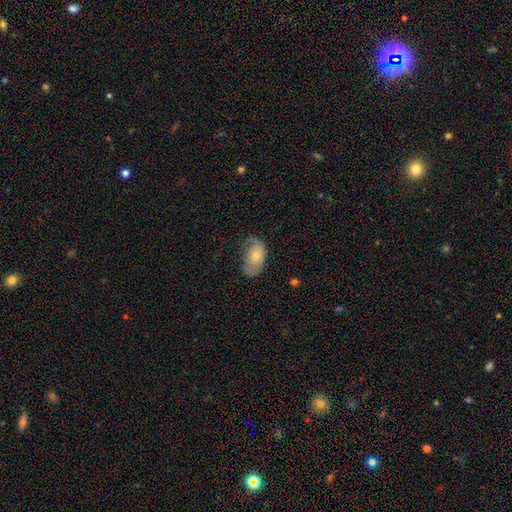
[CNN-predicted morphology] The model was most divided on "merging": none: 45%, minor disturbance: 33%, major disturbance: 21%, merger: 2%. More confident: how rounded — in between (92%); smooth or featured — smooth (63%).